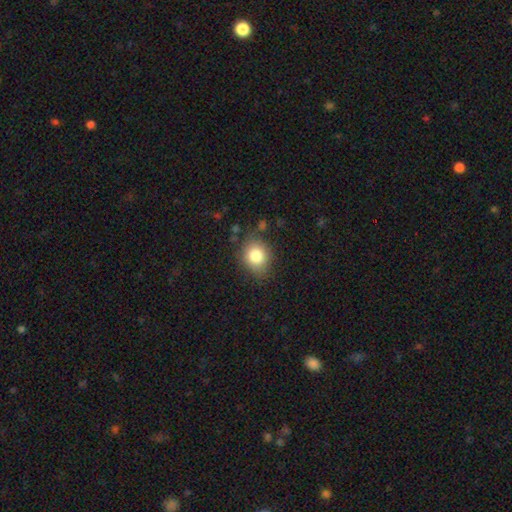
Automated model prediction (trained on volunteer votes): This is clearly a smooth galaxy (82%). How rounded: likely round (62%). Merging: likely none (79%).